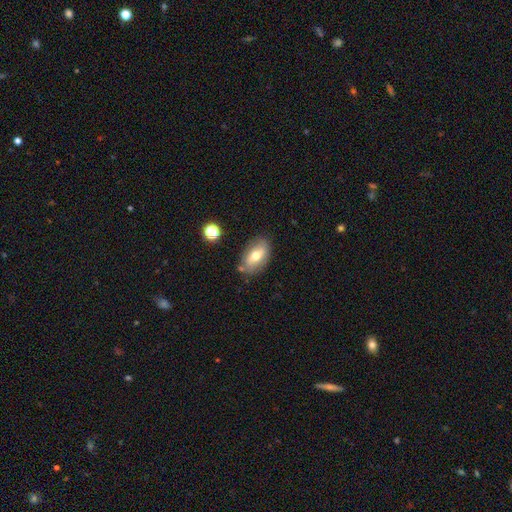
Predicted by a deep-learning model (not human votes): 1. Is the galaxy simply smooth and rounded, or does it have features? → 59% smooth, 33% featured or disk, 8% star or artifact.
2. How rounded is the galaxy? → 90% in between, 7% round, 4% cigar-shaped.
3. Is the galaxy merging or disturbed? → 75% none, 16% minor disturbance, 5% merger, 4% major disturbance.